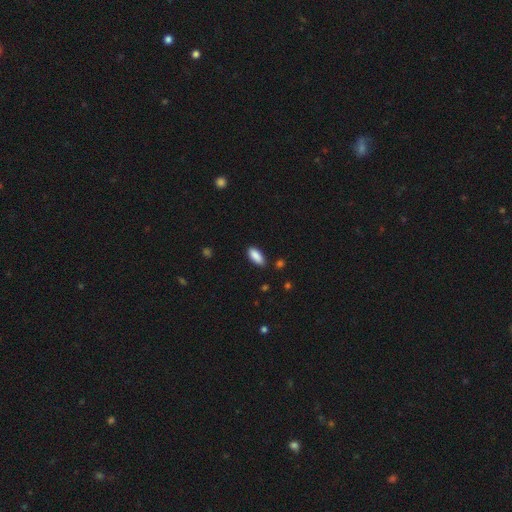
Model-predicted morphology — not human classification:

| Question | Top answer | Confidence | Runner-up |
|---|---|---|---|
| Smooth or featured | smooth | 89% | star or artifact (7%) |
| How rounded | in between | 83% | cigar-shaped (15%) |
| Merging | none | 85% | minor disturbance (12%) |